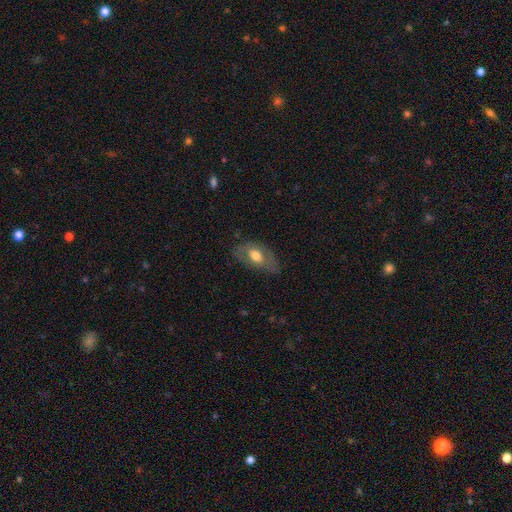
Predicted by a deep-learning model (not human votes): A smooth galaxy with no disk features (53%) that is in between round and cigar-shaped (88%).

Vote fractions:
- Smooth or featured? smooth: 53% / featured or disk: 41% / star or artifact: 6%
- How rounded? in between: 88% / round: 9% / cigar-shaped: 3%
- Merging? none: 68% / minor disturbance: 22% / major disturbance: 9% / merger: 1%